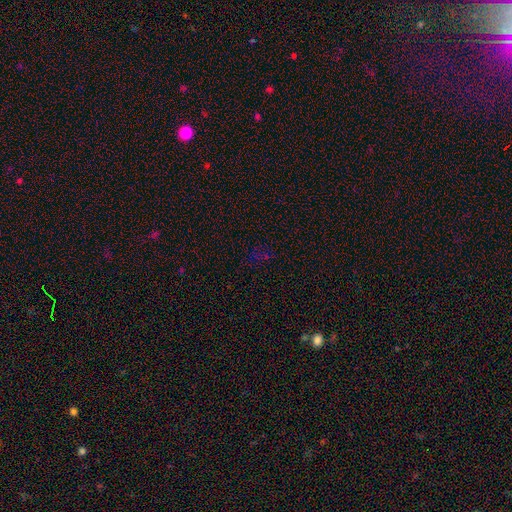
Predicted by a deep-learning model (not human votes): star or artifact 63%, smooth 29%, featured or disk 8%.